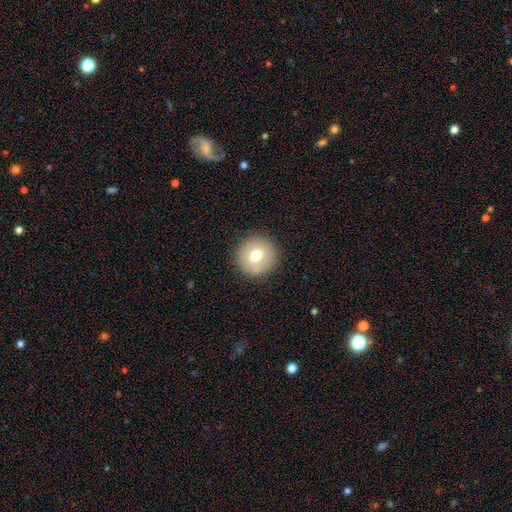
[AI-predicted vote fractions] smooth_or_featured: smooth (p=0.69) [alt: featured or disk p=0.20]
how_rounded: round (p=0.95) [alt: in between p=0.04]
merging: none (p=0.88) [alt: minor disturbance p=0.08]